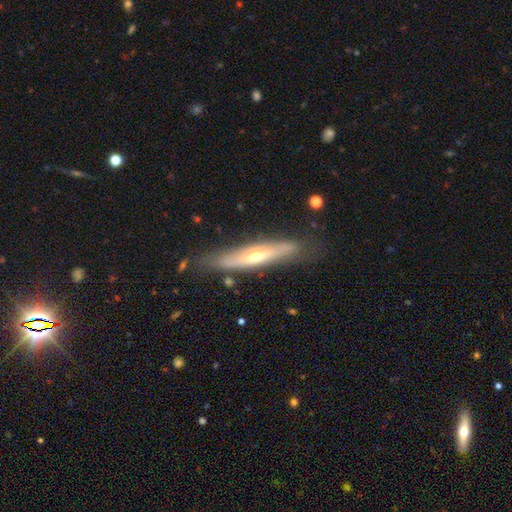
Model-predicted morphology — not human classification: A featured or disk galaxy (62%) viewed edge-on (79%).

Vote fractions:
- Smooth or featured? featured or disk: 62% / smooth: 32% / star or artifact: 6%
- Edge-on disk? yes: 79% / no: 21%
- Merging? none: 78% / minor disturbance: 15% / major disturbance: 4% / merger: 2%